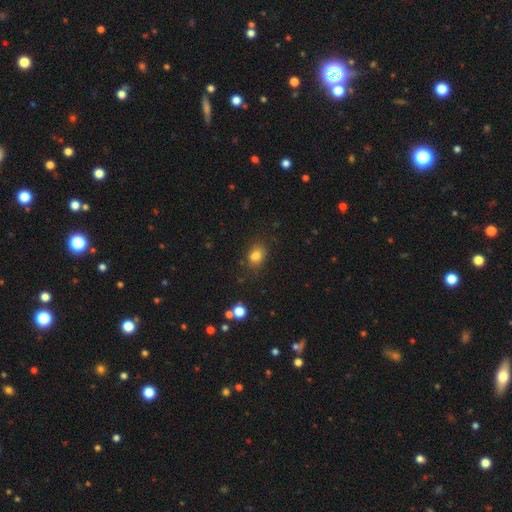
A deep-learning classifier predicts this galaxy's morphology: smooth 79%, star or artifact 13%, featured or disk 8%. Down the decision tree: how rounded — in between (58%); merging — none (69%).